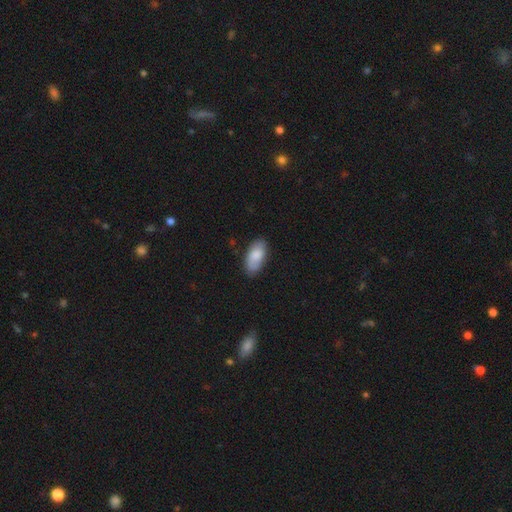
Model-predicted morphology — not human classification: Overall: smooth (80%). How rounded: in between (93%). Merging: none (80%).